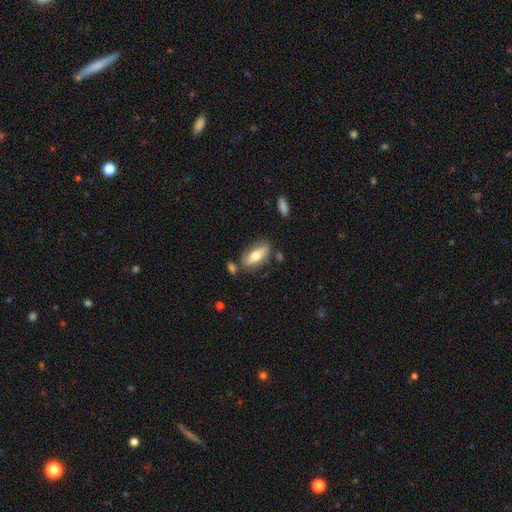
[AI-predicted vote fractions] The model was most divided on "smooth or featured": smooth: 62%, featured or disk: 32%, star or artifact: 6%. More confident: how rounded — in between (75%); merging — none (70%).